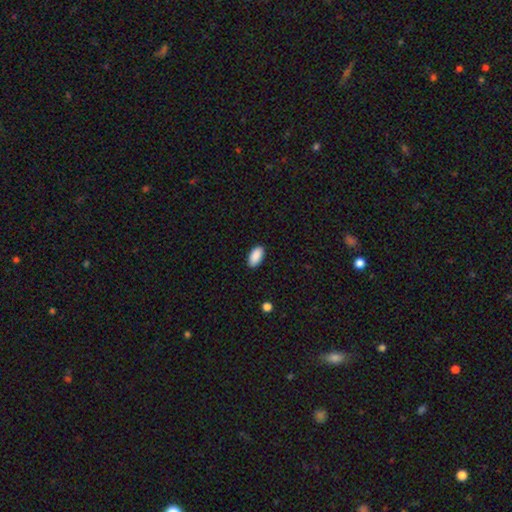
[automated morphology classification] type=smooth (90%); roundness=in between (94%); merging=none (89%).